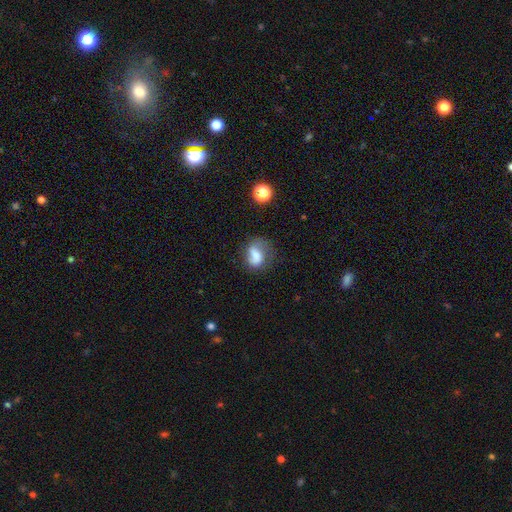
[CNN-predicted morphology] A smooth galaxy with no disk features (54%) that is in between round and cigar-shaped (62%).

Vote fractions:
- Smooth or featured? smooth: 54% / featured or disk: 36% / star or artifact: 11%
- How rounded? in between: 62% / round: 35% / cigar-shaped: 3%
- Merging? none: 47% / minor disturbance: 27% / major disturbance: 21% / merger: 5%